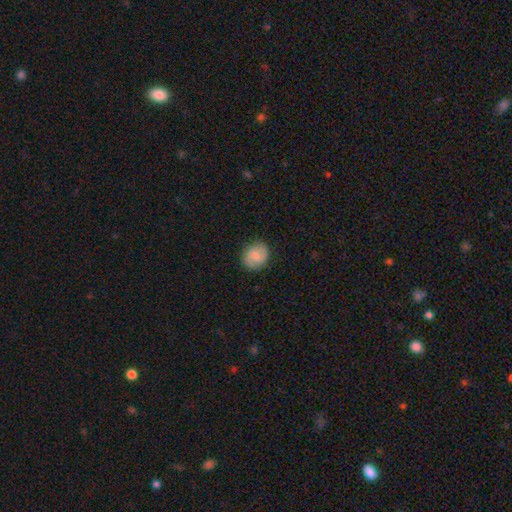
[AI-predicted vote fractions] smooth_or_featured: smooth (p=0.65) [alt: featured or disk p=0.27]
how_rounded: round (p=0.72) [alt: in between p=0.27]
merging: none (p=0.84) [alt: minor disturbance p=0.11]